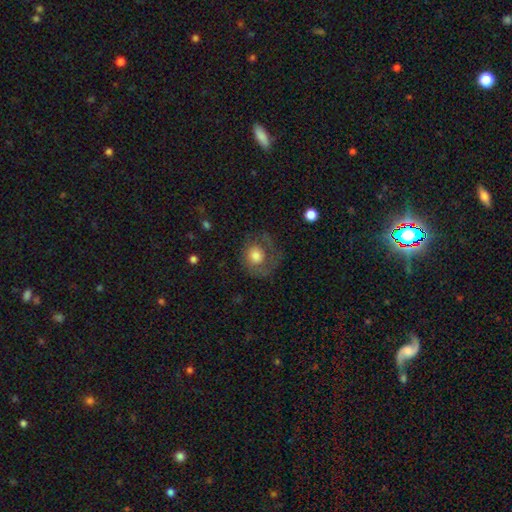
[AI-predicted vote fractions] smooth-or-featured: smooth: 52% | featured or disk: 40% | star or artifact: 8%
  how-rounded: round: 76% | in between: 23% | cigar-shaped: 1%
  merging: none: 49% | major disturbance: 28% | minor disturbance: 20% | merger: 2%